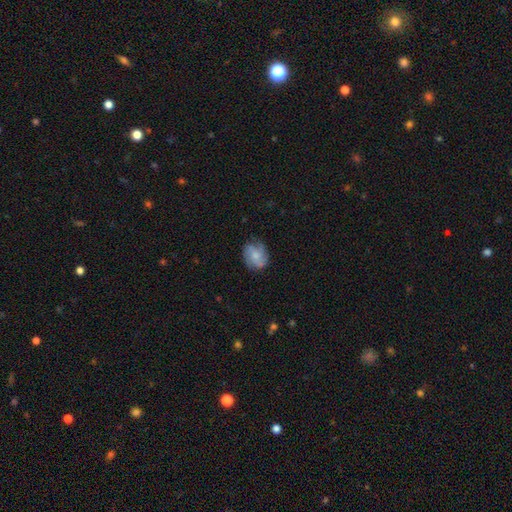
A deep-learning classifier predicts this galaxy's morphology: Smooth or featured? Predicted: featured or disk (p=0.47). Merging? Predicted: none (p=0.73).